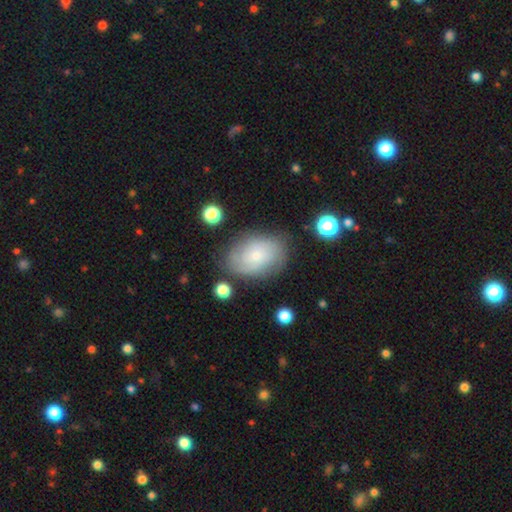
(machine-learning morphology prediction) Smooth or featured?
  - featured or disk: 57% *
  - smooth: 35%
  - star or artifact: 8%
Edge-on disk?
  - no: 96% *
  - yes: 4%
Bar?
  - no: 77% *
  - weak: 20%
  - strong: 3%
Spiral arms?
  - yes: 84% *
  - no: 16%
Bulge size?
  - small: 74% *
  - moderate: 20%
  - none: 3%
  - large: 2%
  - dominant: 1%
Merging?
  - none: 73% *
  - minor disturbance: 19%
  - major disturbance: 6%
  - merger: 2%